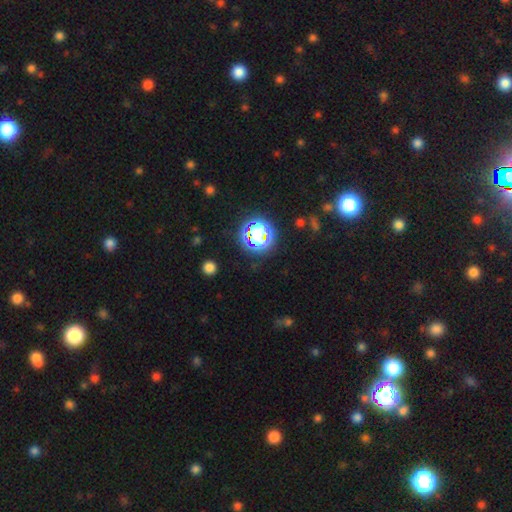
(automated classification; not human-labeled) A star or artifact, not a galaxy (72%).